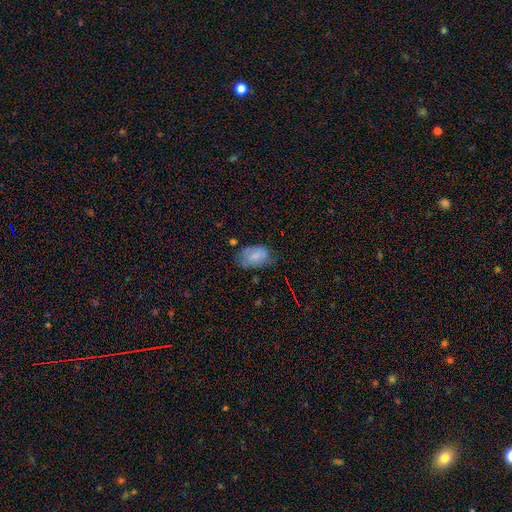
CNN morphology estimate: Smooth or featured: smooth — 71% (featured or disk — 21%)
How rounded: in between — 89% (round — 9%)
Merging: none — 53% (minor disturbance — 33%)